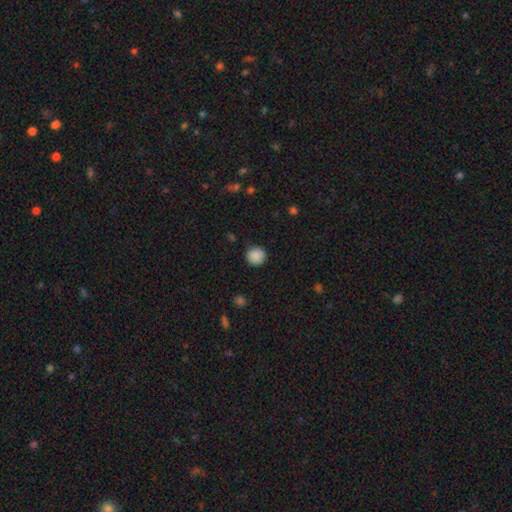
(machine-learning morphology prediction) A smooth galaxy with no disk features (89%) that is round (94%).

Vote fractions:
- Smooth or featured? smooth: 89% / star or artifact: 9% / featured or disk: 3%
- How rounded? round: 94% / in between: 5% / cigar-shaped: 1%
- Merging? none: 90% / minor disturbance: 6% / major disturbance: 2% / merger: 1%